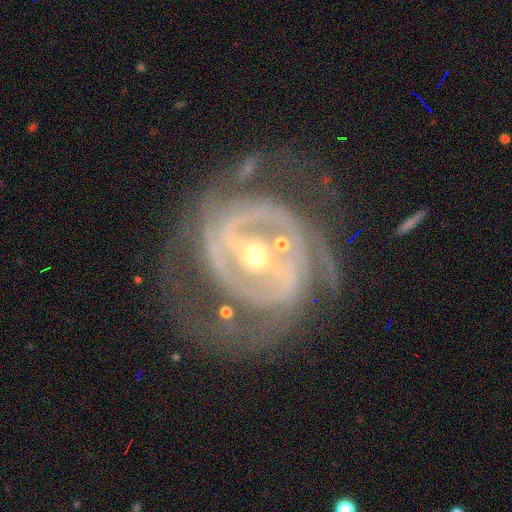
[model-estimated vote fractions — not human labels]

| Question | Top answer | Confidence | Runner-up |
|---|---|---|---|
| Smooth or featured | featured or disk | 90% | star or artifact (6%) |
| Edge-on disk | no | 96% | yes (4%) |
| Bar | strong | 63% | weak (26%) |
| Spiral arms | yes | 96% | no (4%) |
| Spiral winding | tight | 61% | medium (32%) |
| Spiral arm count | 2 | 34% | 3 (23%) |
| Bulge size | small | 57% | moderate (39%) |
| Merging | none | 63% | major disturbance (17%) |